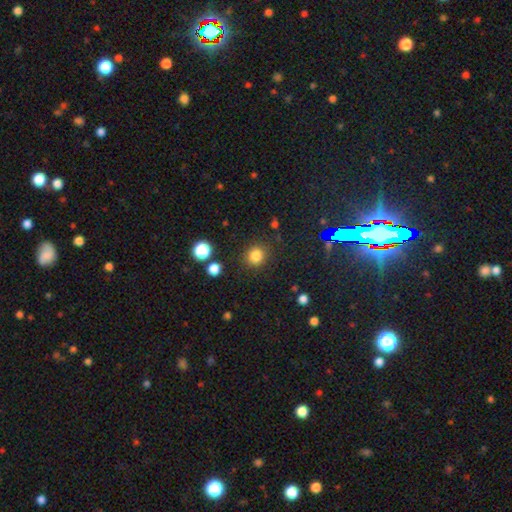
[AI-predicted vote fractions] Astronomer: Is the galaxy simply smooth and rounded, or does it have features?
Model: smooth — 82%.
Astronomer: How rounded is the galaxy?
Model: round — 88%.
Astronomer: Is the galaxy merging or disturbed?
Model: none — 86%.